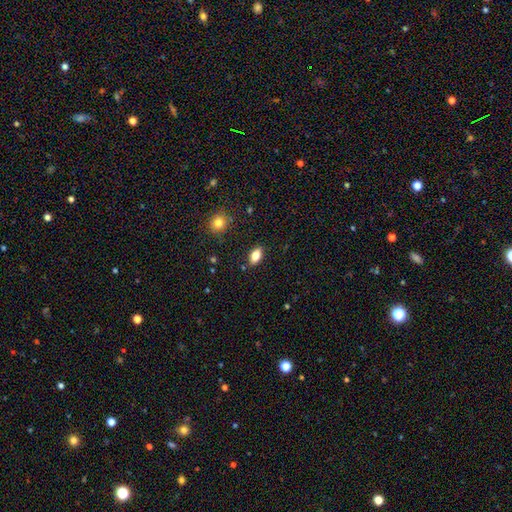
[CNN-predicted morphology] This is likely a smooth galaxy (79%). How rounded: clearly in between (88%). Merging: clearly none (87%).